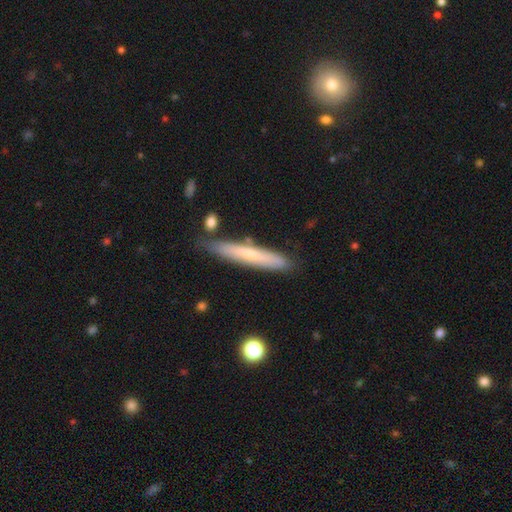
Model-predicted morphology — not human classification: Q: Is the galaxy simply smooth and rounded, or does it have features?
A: smooth — 53%.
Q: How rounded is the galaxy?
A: cigar-shaped — 94%.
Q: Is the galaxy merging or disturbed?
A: none — 82%.